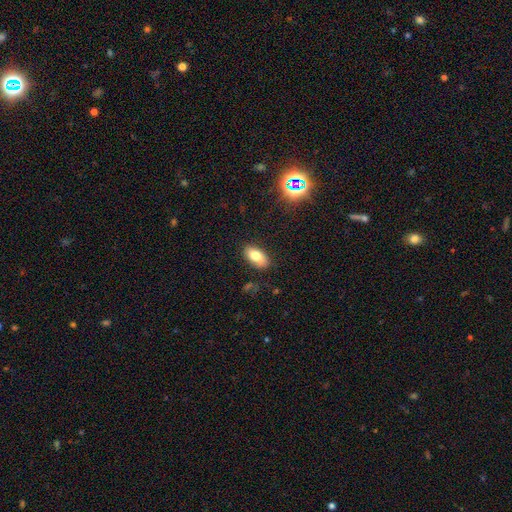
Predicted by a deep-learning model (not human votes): Smooth or featured? Predicted: smooth (p=0.79). How rounded? Predicted: in between (p=0.92). Merging? Predicted: none (p=0.85).